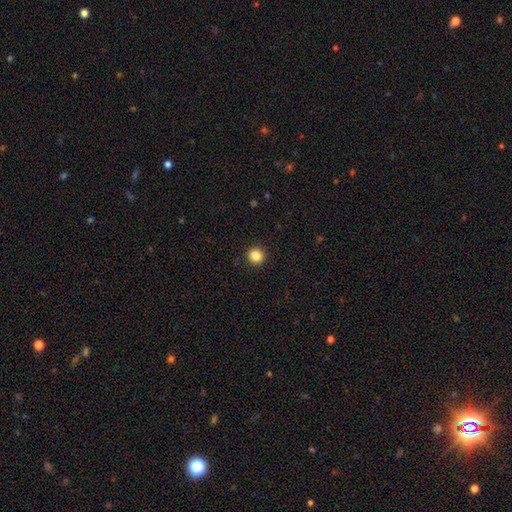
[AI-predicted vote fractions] The model was most divided on "smooth or featured": smooth: 86%, star or artifact: 10%, featured or disk: 3%. More confident: how rounded — round (93%); merging — none (92%).